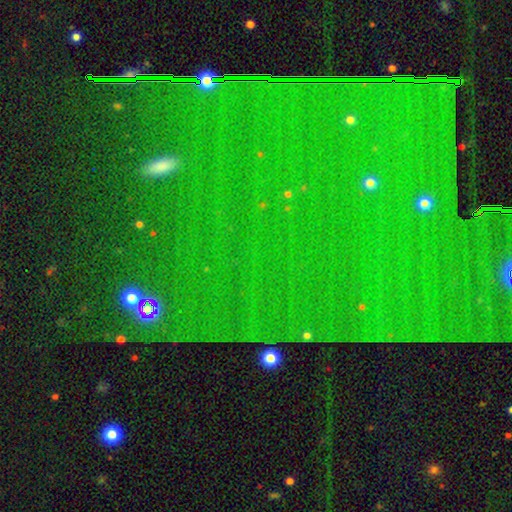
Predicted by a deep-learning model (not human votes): smooth_or_featured: star or artifact (p=0.77) [alt: smooth p=0.14]